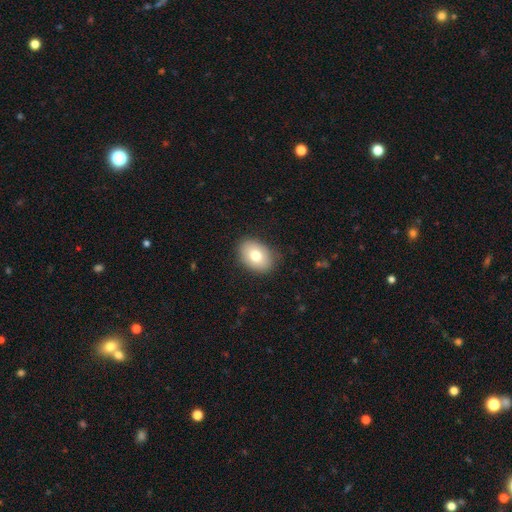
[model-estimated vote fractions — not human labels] Smooth or featured?
  - smooth: 77% *
  - featured or disk: 15%
  - star or artifact: 8%
How rounded?
  - in between: 80% *
  - round: 19%
  - cigar-shaped: 1%
Merging?
  - none: 84% *
  - minor disturbance: 12%
  - major disturbance: 3%
  - merger: 1%